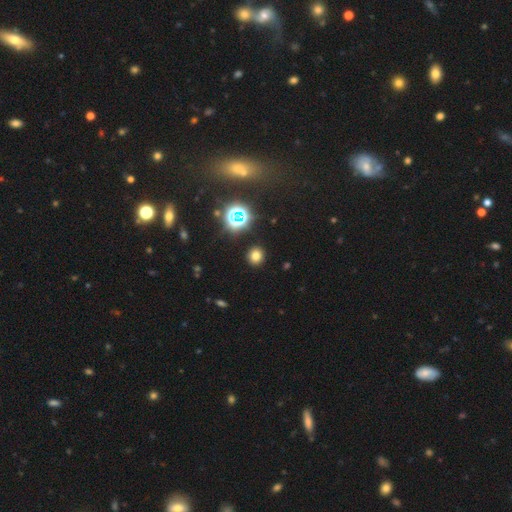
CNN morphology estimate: A smooth galaxy with no disk features (73%) that is round (85%). Merging: none (90%).